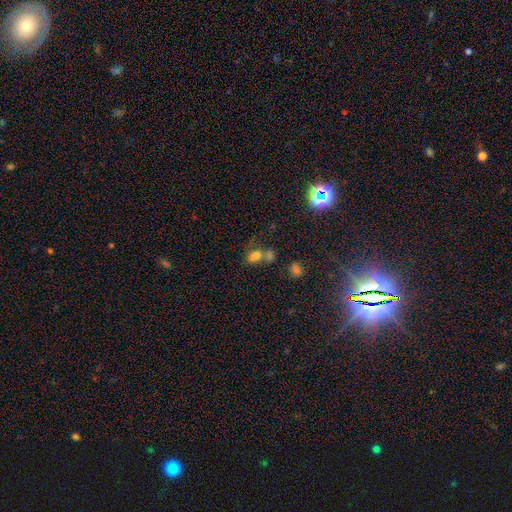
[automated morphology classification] smooth_or_featured: smooth (p=0.66) [alt: star or artifact p=0.20]
how_rounded: in between (p=0.68) [alt: round p=0.30]
merging: merger (p=0.54) [alt: none p=0.27]